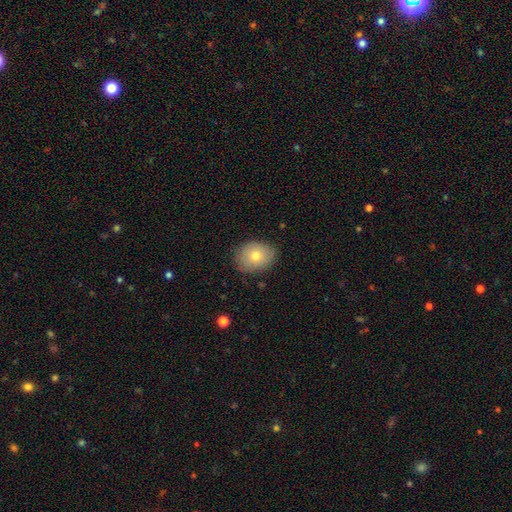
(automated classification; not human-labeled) smooth-or-featured: smooth: 74% | featured or disk: 17% | star or artifact: 9%
  how-rounded: in between: 58% | round: 41% | cigar-shaped: 1%
  merging: none: 80% | minor disturbance: 15% | major disturbance: 3% | merger: 1%